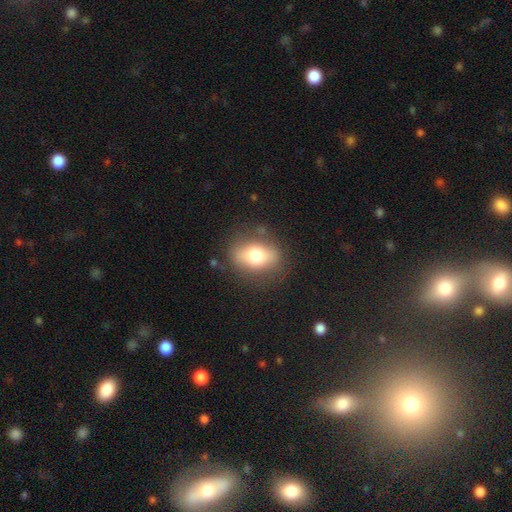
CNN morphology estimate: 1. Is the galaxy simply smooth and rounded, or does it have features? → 70% smooth, 22% featured or disk, 8% star or artifact.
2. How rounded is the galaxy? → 71% in between, 27% round, 2% cigar-shaped.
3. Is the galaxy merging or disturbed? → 76% none, 15% minor disturbance, 6% major disturbance, 2% merger.